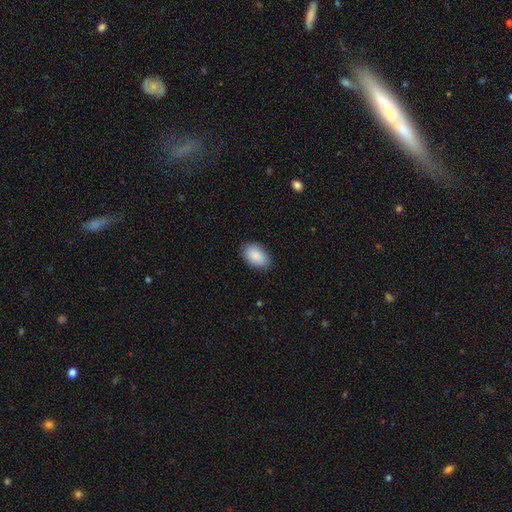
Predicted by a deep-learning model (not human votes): The model was most divided on "merging": none: 85%, minor disturbance: 12%, major disturbance: 2%, merger: 1%. More confident: how rounded — in between (92%); smooth or featured — smooth (88%).